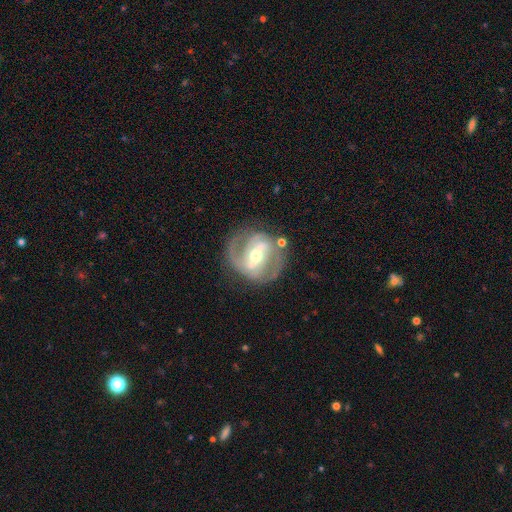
Overall: featured or disk (90%). Edge-on disk: no (97%). Bar: strong (68%). Spiral arms: yes (97%). Spiral arm count: 2 (88%). Spiral winding: medium (55%; tight 36%). Bulge size: small (50%; moderate 44%). Merging: none (61%; minor disturbance 32%).